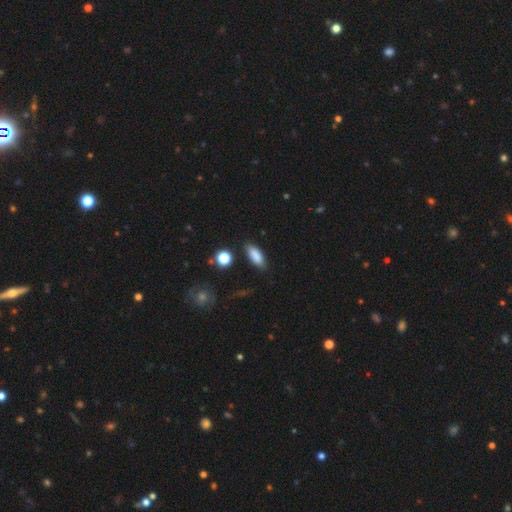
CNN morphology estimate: A smooth galaxy with no disk features (86%) that is in between round and cigar-shaped (73%).

Vote fractions:
- Smooth or featured? smooth: 86% / star or artifact: 8% / featured or disk: 6%
- How rounded? in between: 73% / cigar-shaped: 24% / round: 3%
- Merging? none: 84% / minor disturbance: 11% / major disturbance: 3% / merger: 2%